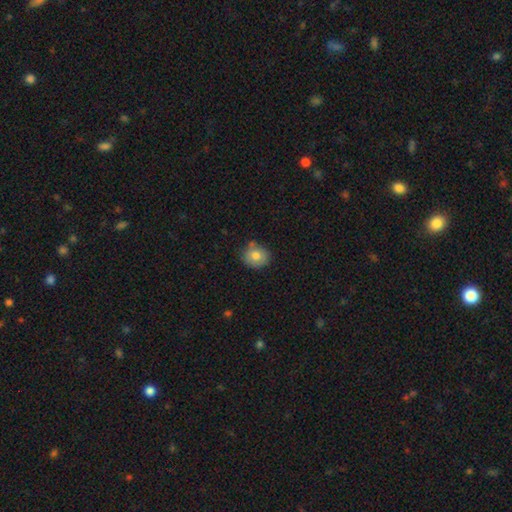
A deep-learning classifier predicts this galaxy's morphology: Smooth or featured? Predicted: smooth (p=0.78). How rounded? Predicted: round (p=0.79). Merging? Predicted: none (p=0.73).